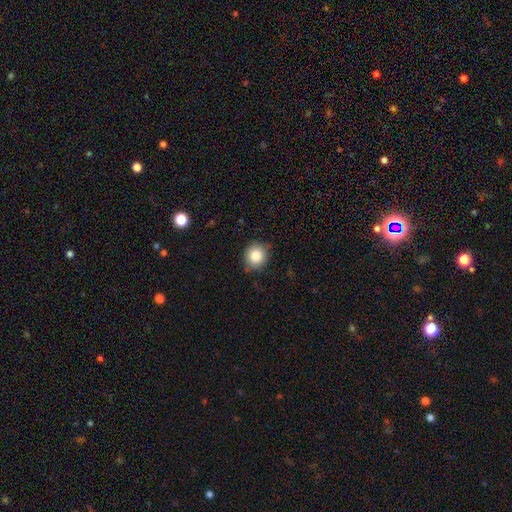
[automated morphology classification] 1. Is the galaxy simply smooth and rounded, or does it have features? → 84% smooth, 10% star or artifact, 7% featured or disk.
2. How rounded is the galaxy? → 88% round, 11% in between, 1% cigar-shaped.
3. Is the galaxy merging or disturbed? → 84% none, 13% minor disturbance, 2% major disturbance, 1% merger.